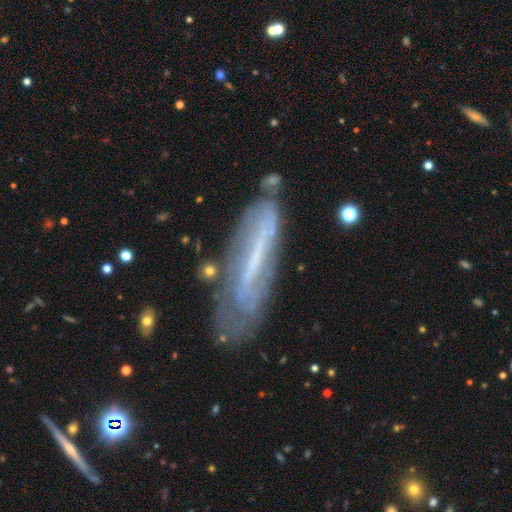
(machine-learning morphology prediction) smooth-or-featured: featured or disk: 66% | smooth: 24% | star or artifact: 10%
  disk-edge-on: no: 55% | yes: 45%
  merging: none: 62% | minor disturbance: 23% | major disturbance: 11% | merger: 4%